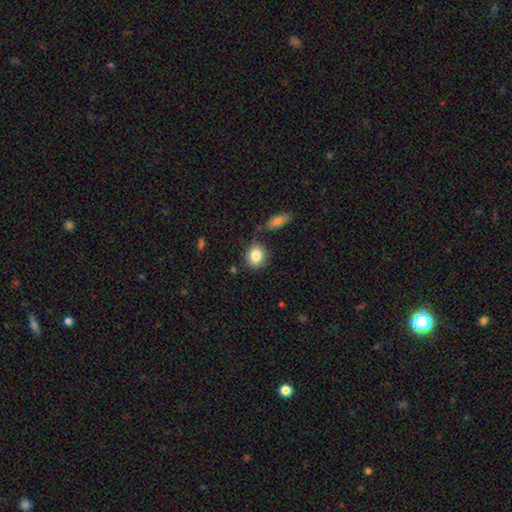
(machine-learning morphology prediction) The model was most divided on "how rounded": round: 61%, in between: 37%, cigar-shaped: 2%. More confident: smooth or featured — smooth (85%); merging — none (77%).